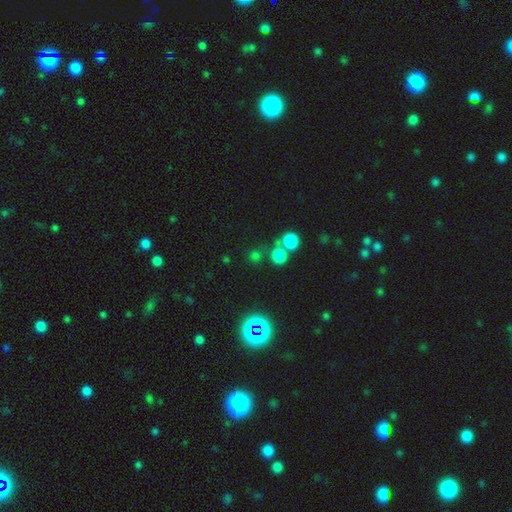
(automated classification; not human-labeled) This appears to be a smooth galaxy with no disk features (69%) that is round (87%). Merging: none (60%).